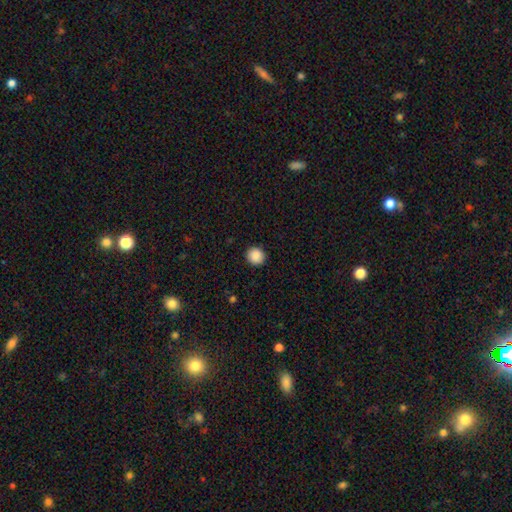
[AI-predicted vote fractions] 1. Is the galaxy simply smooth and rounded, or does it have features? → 88% smooth, 9% star or artifact, 3% featured or disk.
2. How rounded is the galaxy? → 90% round, 9% in between, 1% cigar-shaped.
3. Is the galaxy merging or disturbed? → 91% none, 6% minor disturbance, 2% major disturbance, 1% merger.